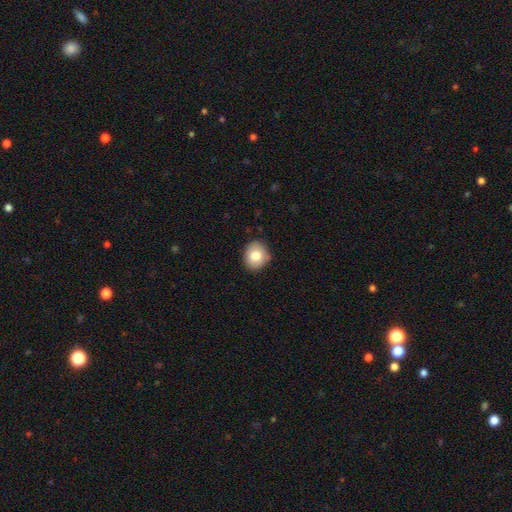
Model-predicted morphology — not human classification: A smooth galaxy with no disk features (79%) that is round (66%).

Vote fractions:
- Smooth or featured? smooth: 79% / featured or disk: 12% / star or artifact: 9%
- How rounded? round: 66% / in between: 33% / cigar-shaped: 1%
- Merging? none: 83% / minor disturbance: 14% / major disturbance: 2% / merger: 2%